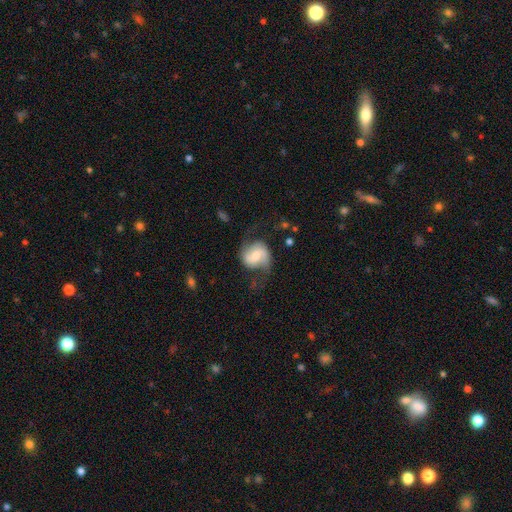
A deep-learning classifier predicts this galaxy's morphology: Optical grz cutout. It shows a featured or disk galaxy (72%) with a weak bar (45%), 2 (87%) medium (44%) spiral arms (92%) and a moderate central bulge (56%). Merging: none (61%).